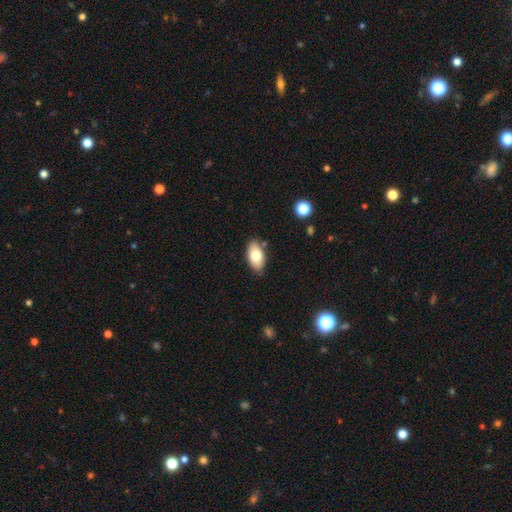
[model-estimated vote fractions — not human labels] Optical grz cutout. It shows a smooth galaxy with no disk features (76%) that is in between round and cigar-shaped (93%). Merging: none (82%).